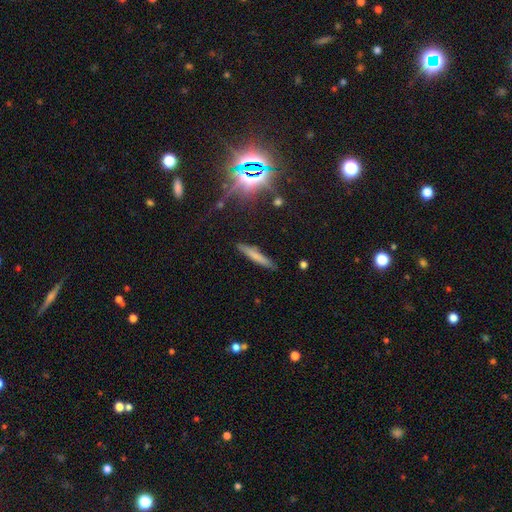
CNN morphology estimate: Smooth or featured: smooth — 67% (featured or disk — 22%)
How rounded: cigar-shaped — 93% (in between — 6%)
Merging: none — 87% (minor disturbance — 9%)